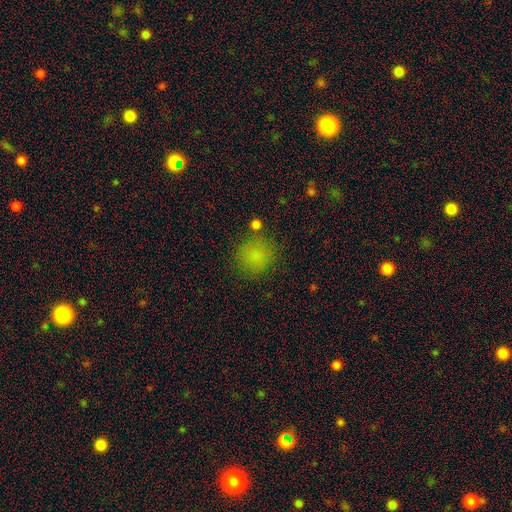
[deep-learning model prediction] Q: Smooth or featured?
A: smooth (80%); runner-up: star or artifact (15%)
Q: How rounded?
A: round (87%); runner-up: in between (12%)
Q: Merging?
A: none (78%); runner-up: minor disturbance (12%)